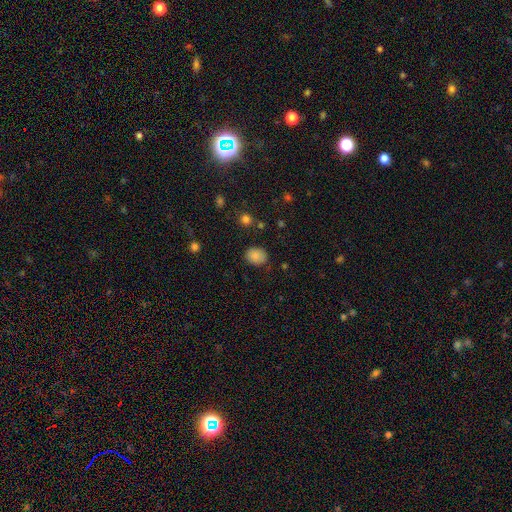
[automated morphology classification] type=smooth (86%); roundness=round (50%); merging=none (79%).